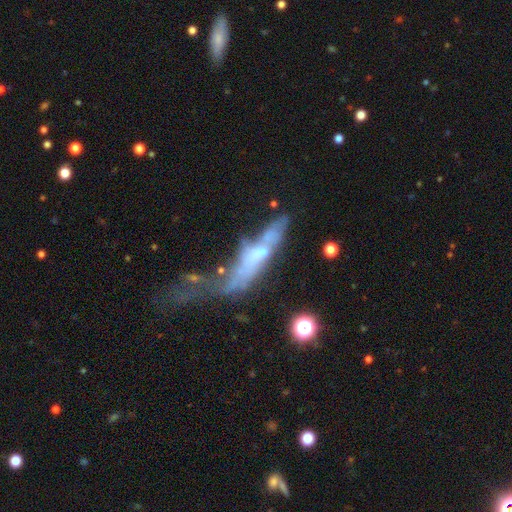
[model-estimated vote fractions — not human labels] Smooth or featured?
  - featured or disk: 54% *
  - smooth: 34%
  - star or artifact: 12%
Edge-on disk?
  - no: 58% *
  - yes: 42%
Merging?
  - major disturbance: 42% *
  - merger: 28%
  - none: 16%
  - minor disturbance: 14%